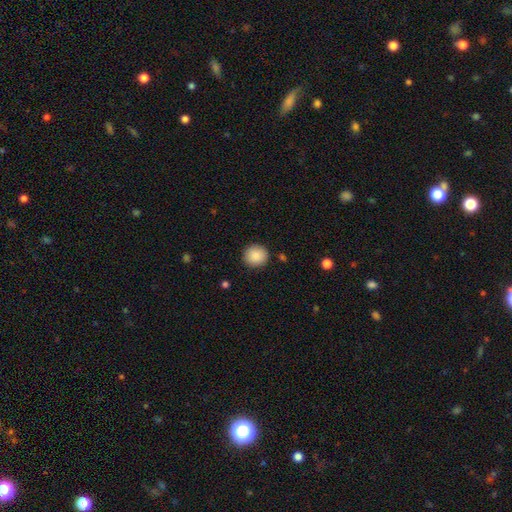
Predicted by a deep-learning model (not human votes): smooth_or_featured: smooth (p=0.89) [alt: star or artifact p=0.08]
how_rounded: round (p=0.90) [alt: in between p=0.10]
merging: none (p=0.89) [alt: minor disturbance p=0.07]